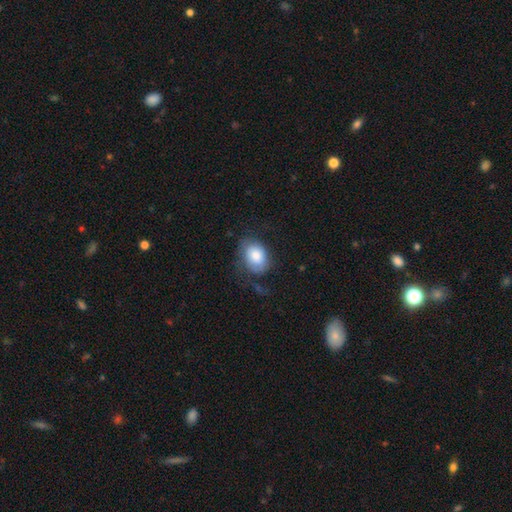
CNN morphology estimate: Smooth or featured? Predicted: smooth (p=0.75). How rounded? Predicted: in between (p=0.74). Merging? Predicted: none (p=0.55).